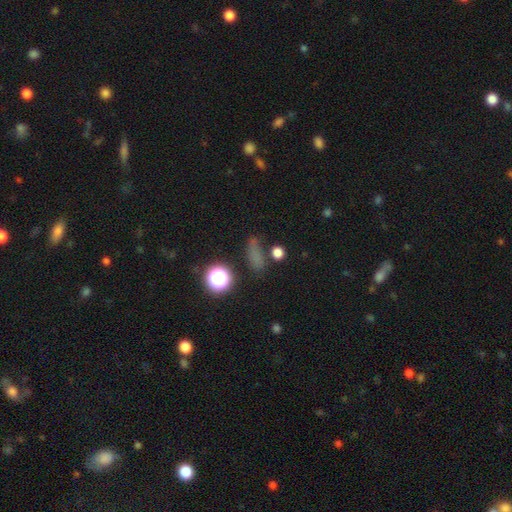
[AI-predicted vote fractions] Overall: smooth (63%; star or artifact 28%). How rounded: in between (46%; round 29%). Merging: none (68%).